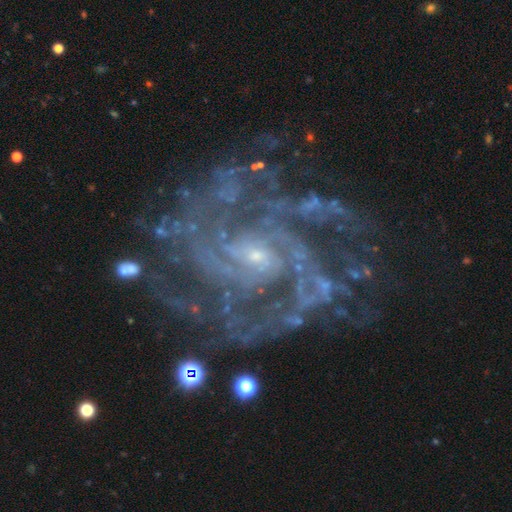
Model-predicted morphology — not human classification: type=featured or disk (84%); edge-on=no (98%); bar=no (52%); spiral arms=yes (96%); winding=tight (54%); arm count=can't tell (24%); bulge=small (75%); merging=none (74%).